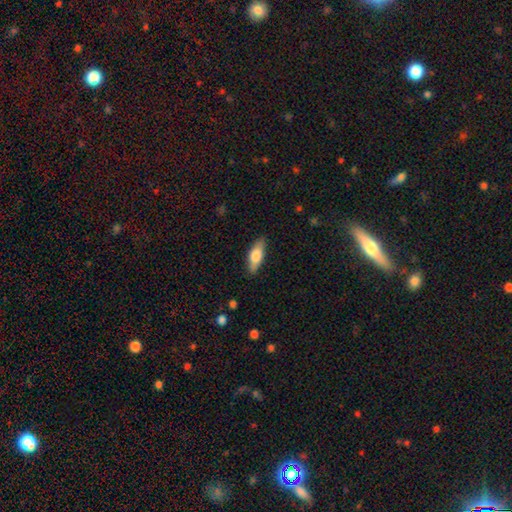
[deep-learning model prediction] smooth 71%, featured or disk 24%, star or artifact 6%. Down the decision tree: how rounded — in between (66%); merging — none (86%).